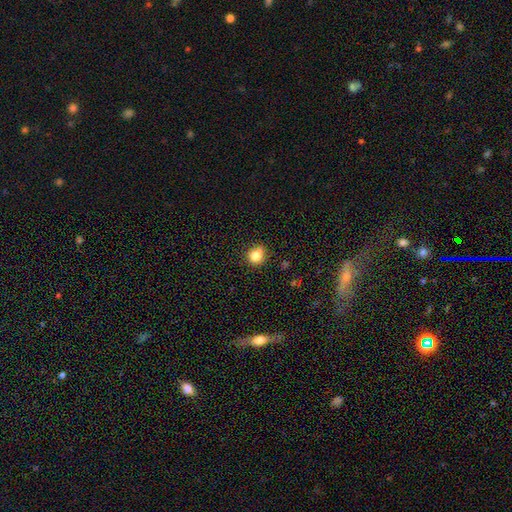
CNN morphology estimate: Smooth or featured?
  - smooth: 81% *
  - star or artifact: 12%
  - featured or disk: 7%
How rounded?
  - round: 78% *
  - in between: 21%
  - cigar-shaped: 1%
Merging?
  - none: 68% *
  - minor disturbance: 24%
  - major disturbance: 5%
  - merger: 4%